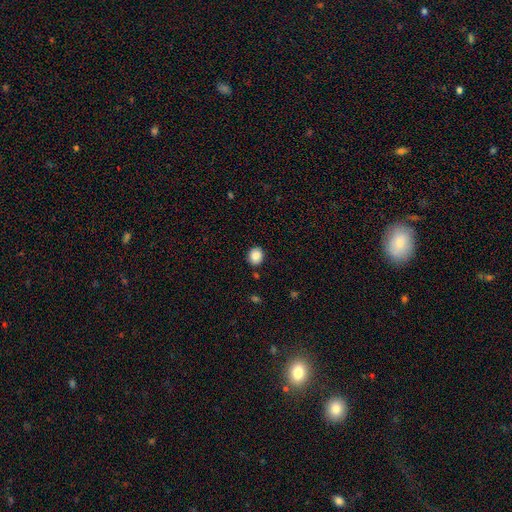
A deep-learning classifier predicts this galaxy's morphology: The model was most divided on "how rounded": round: 67%, in between: 32%, cigar-shaped: 1%. More confident: smooth or featured — smooth (88%); merging — none (87%).